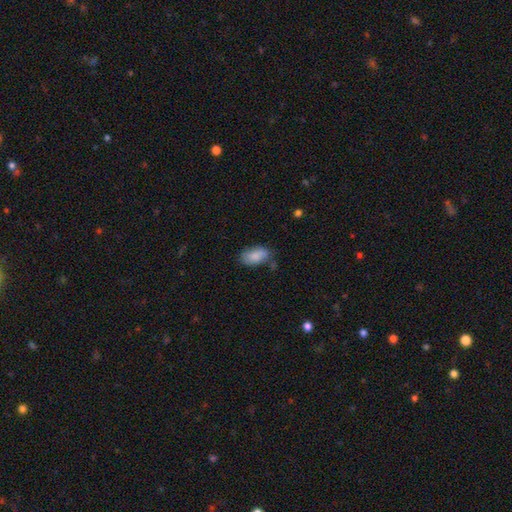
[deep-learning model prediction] Overall: smooth (84%). How rounded: in between (93%). Merging: none (66%).